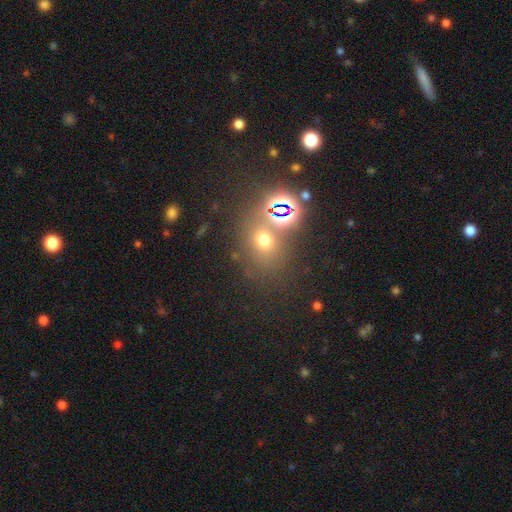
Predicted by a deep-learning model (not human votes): Q: Smooth or featured?
A: star or artifact (50%); runner-up: smooth (40%)